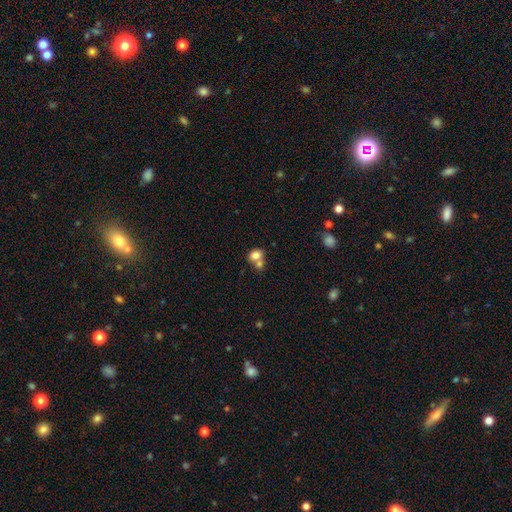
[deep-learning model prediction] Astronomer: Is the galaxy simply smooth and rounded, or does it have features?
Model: smooth — 80%.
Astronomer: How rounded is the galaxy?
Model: in between — 57% (runner-up: round, 42%).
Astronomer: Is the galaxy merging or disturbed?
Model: merger — 51% (runner-up: none, 36%).